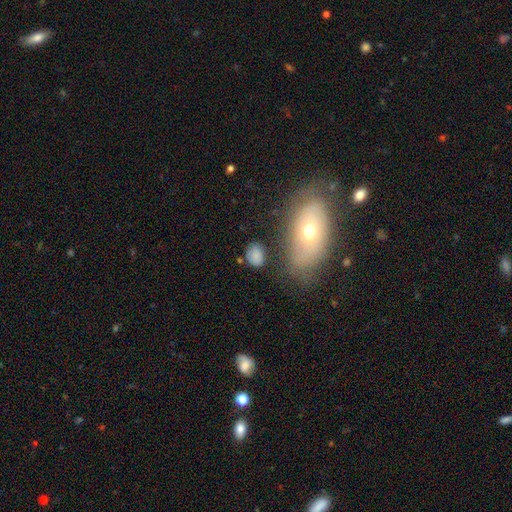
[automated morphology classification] Smooth or featured?
  - smooth: 78% *
  - star or artifact: 12%
  - featured or disk: 10%
How rounded?
  - in between: 61% *
  - round: 37%
  - cigar-shaped: 2%
Merging?
  - none: 70% *
  - minor disturbance: 17%
  - major disturbance: 7%
  - merger: 6%